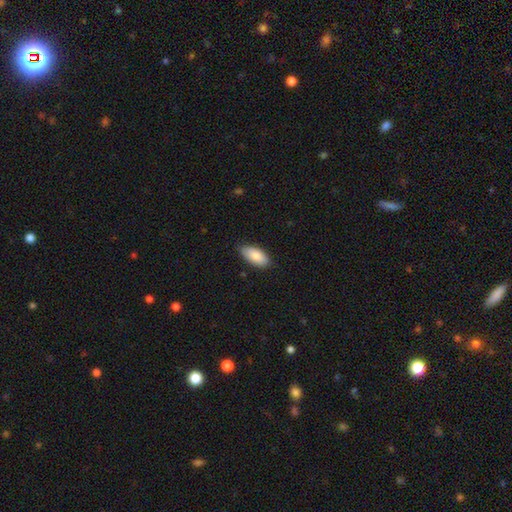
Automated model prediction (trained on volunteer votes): Smooth or featured: smooth — 85% (featured or disk — 9%)
How rounded: in between — 91% (cigar-shaped — 7%)
Merging: none — 82% (minor disturbance — 15%)